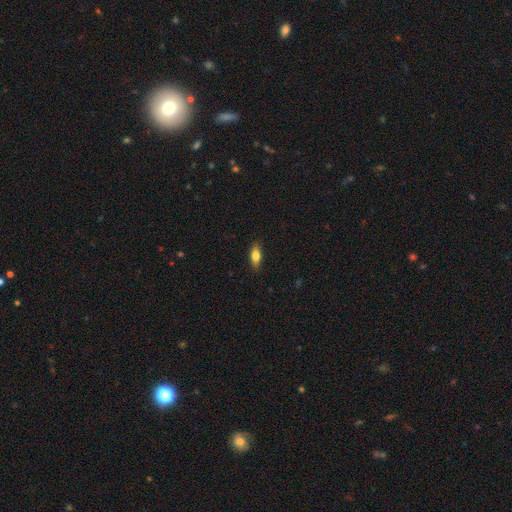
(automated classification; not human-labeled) Q: Smooth or featured?
A: smooth (74%); runner-up: featured or disk (19%)
Q: How rounded?
A: in between (73%); runner-up: cigar-shaped (24%)
Q: Merging?
A: none (86%); runner-up: minor disturbance (11%)